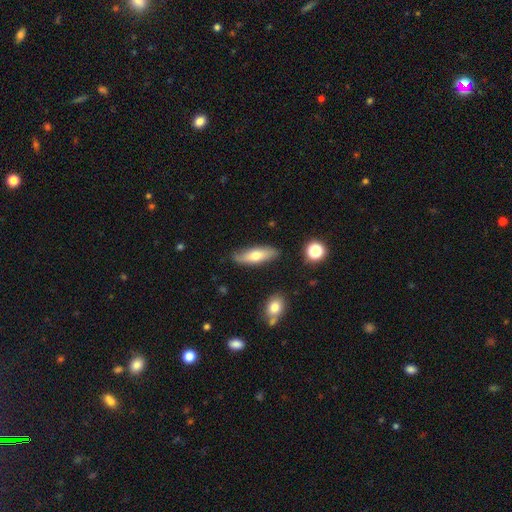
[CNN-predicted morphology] A smooth galaxy with no disk features (64%) that is in between round and cigar-shaped (56%).

Vote fractions:
- Smooth or featured? smooth: 64% / featured or disk: 30% / star or artifact: 7%
- How rounded? in between: 56% / cigar-shaped: 41% / round: 3%
- Merging? none: 81% / minor disturbance: 14% / major disturbance: 3% / merger: 2%